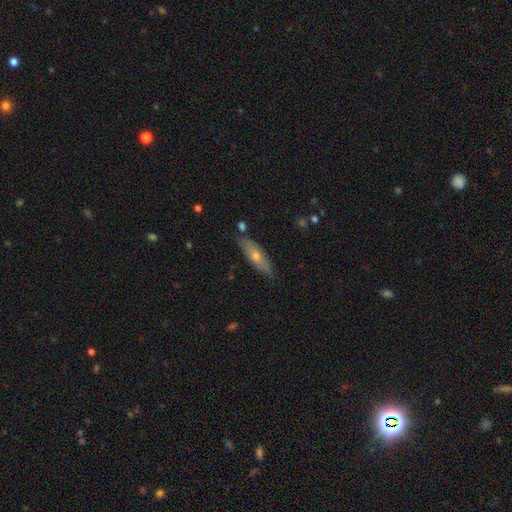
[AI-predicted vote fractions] Smooth or featured: smooth — 49% (featured or disk — 44%)
Merging: none — 81% (minor disturbance — 14%)